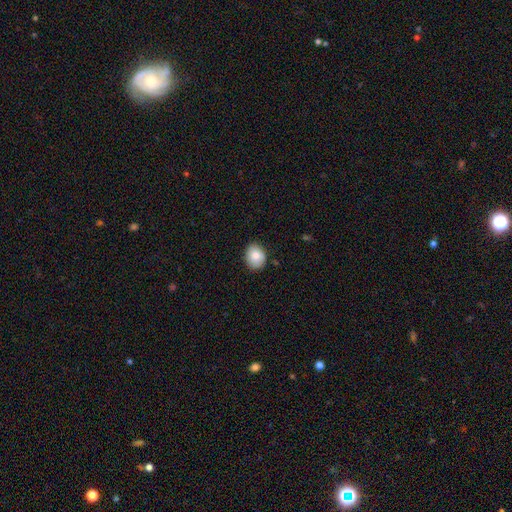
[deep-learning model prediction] Morphology: type=smooth (81%); roundness=round (55%); merging=none (83%).